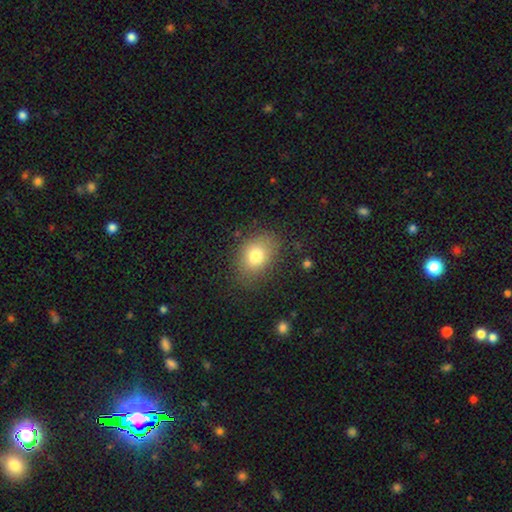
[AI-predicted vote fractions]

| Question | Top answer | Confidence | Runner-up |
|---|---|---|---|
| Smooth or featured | smooth | 78% | featured or disk (12%) |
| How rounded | in between | 67% | round (32%) |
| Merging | none | 77% | minor disturbance (15%) |